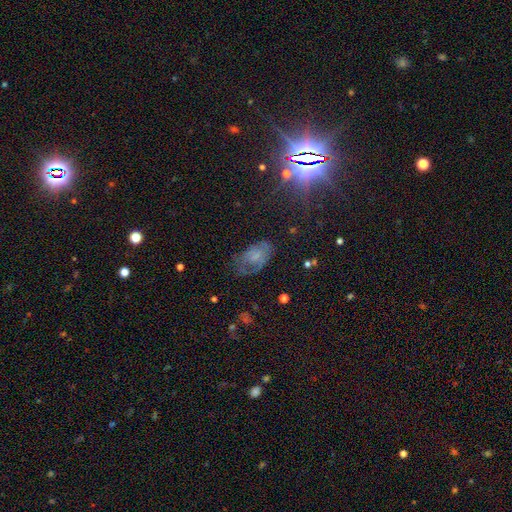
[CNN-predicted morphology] Overall: featured or disk (42%; smooth 39%). Merging: none (56%; minor disturbance 25%).